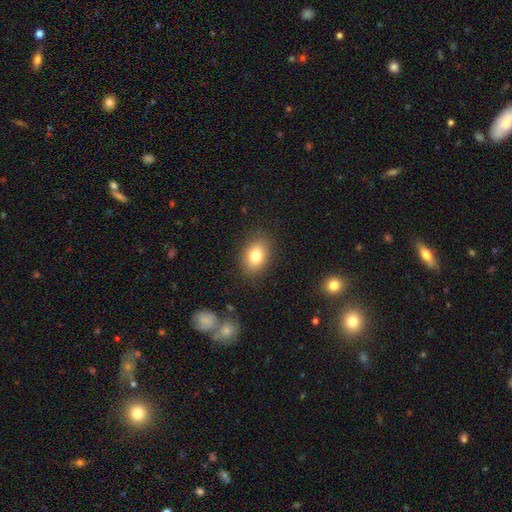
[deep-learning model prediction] Overall: smooth (79%). How rounded: in between (74%). Merging: none (86%).